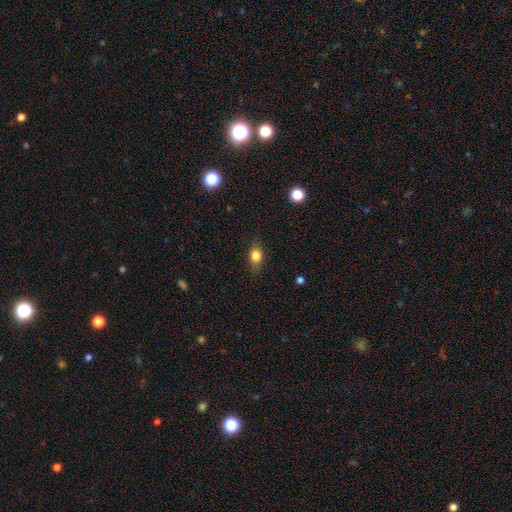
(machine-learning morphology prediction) Smooth or featured? smooth (80%)
How rounded? in between (68%)
Merging? none (82%)